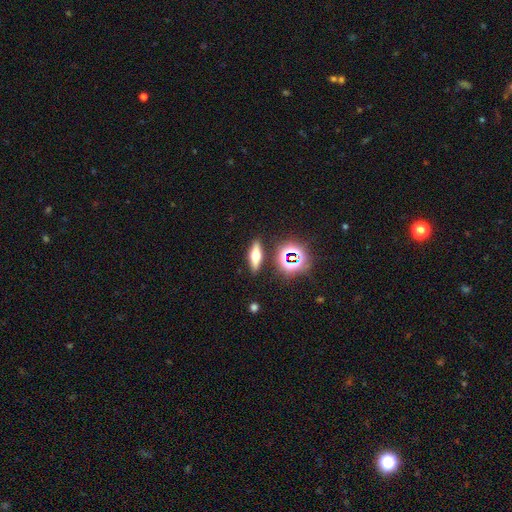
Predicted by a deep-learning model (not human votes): smooth_or_featured: featured or disk (p=0.42) [alt: smooth p=0.41]
merging: none (p=0.85) [alt: minor disturbance p=0.09]